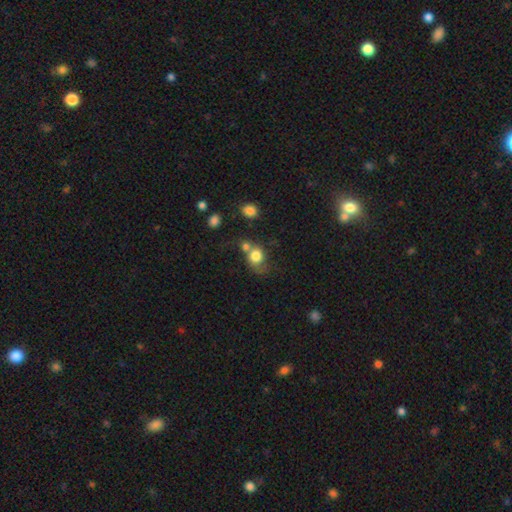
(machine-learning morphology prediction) A smooth galaxy with no disk features (79%) that is round (68%).

Vote fractions:
- Smooth or featured? smooth: 79% / featured or disk: 12% / star or artifact: 9%
- How rounded? round: 68% / in between: 31% / cigar-shaped: 1%
- Merging? merger: 39% / none: 33% / minor disturbance: 16% / major disturbance: 13%